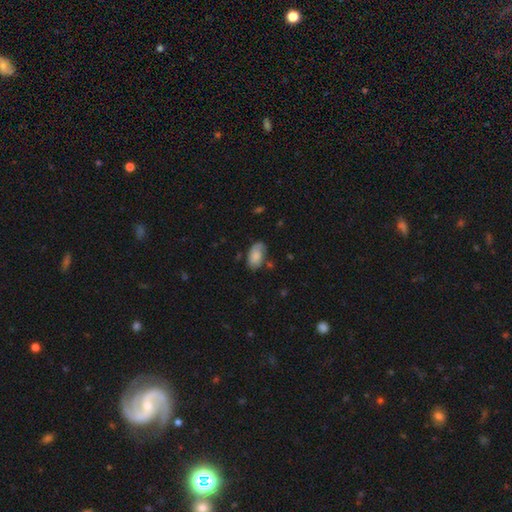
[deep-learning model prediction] Morphology: type=smooth (70%); roundness=in between (92%); merging=none (60%).